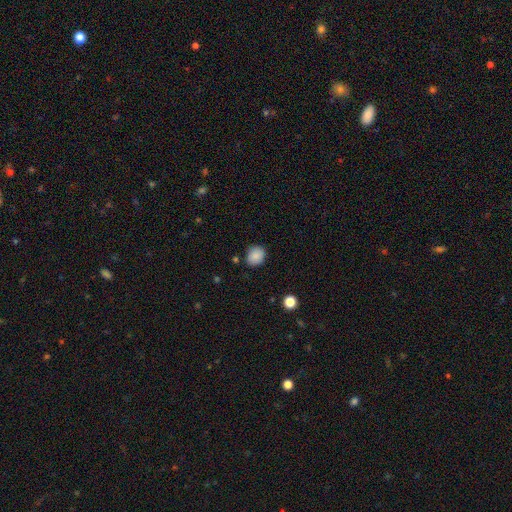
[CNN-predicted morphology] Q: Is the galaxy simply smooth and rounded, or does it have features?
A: smooth — 87%.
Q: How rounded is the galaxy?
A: round — 68%.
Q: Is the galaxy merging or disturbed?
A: none — 83%.